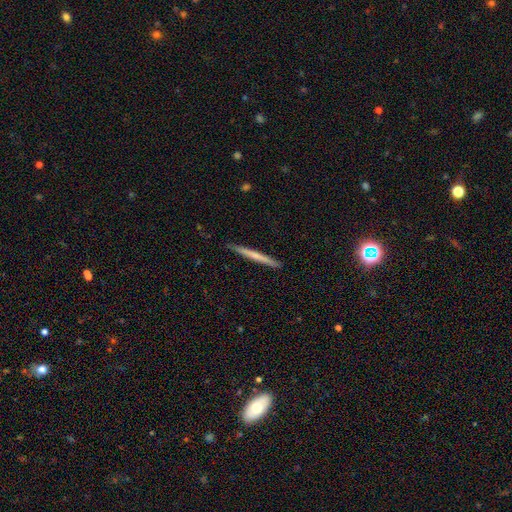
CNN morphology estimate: Q: Smooth or featured?
A: smooth (51%); runner-up: featured or disk (43%)
Q: How rounded?
A: cigar-shaped (97%); runner-up: in between (2%)
Q: Merging?
A: none (91%); runner-up: minor disturbance (7%)